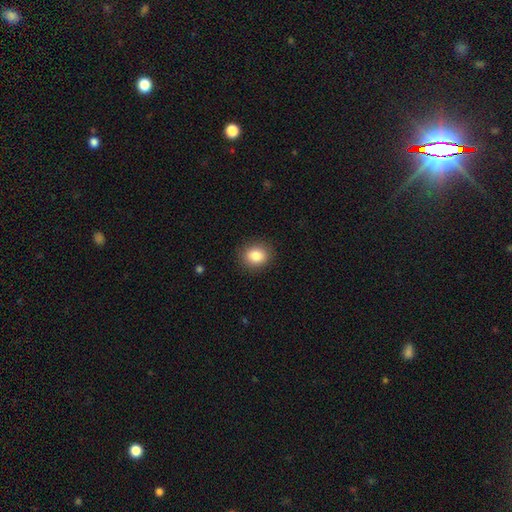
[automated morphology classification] smooth-or-featured: smooth: 85% | star or artifact: 9% | featured or disk: 6%
  how-rounded: round: 66% | in between: 33% | cigar-shaped: 1%
  merging: none: 89% | minor disturbance: 7% | major disturbance: 2% | merger: 1%